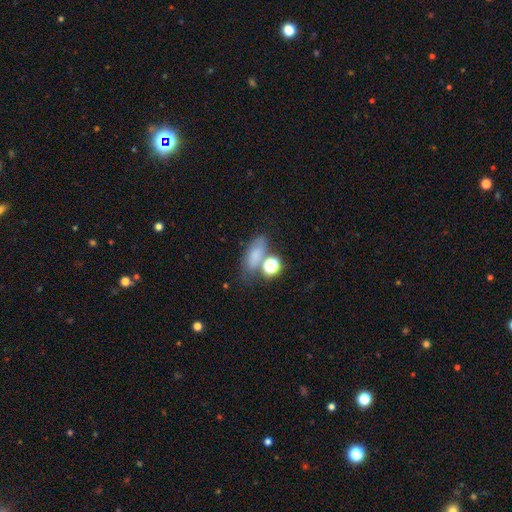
A smooth galaxy with no disk features (86%) that is in between round and cigar-shaped (69%). Merging: none (29%, tied with minor disturbance and merger).